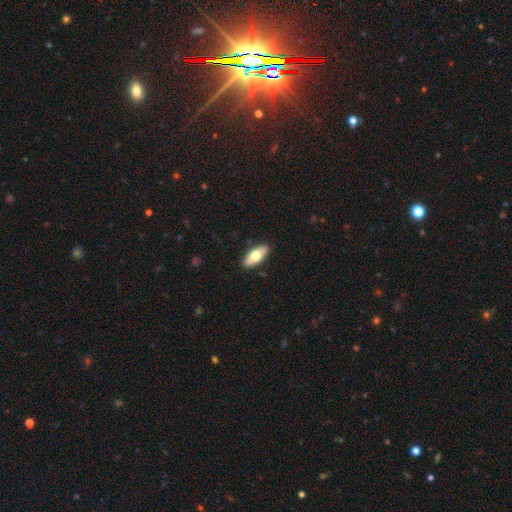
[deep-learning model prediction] This appears to be a smooth galaxy with no disk features (66%) that is in between round and cigar-shaped (84%). Merging: none (89%).